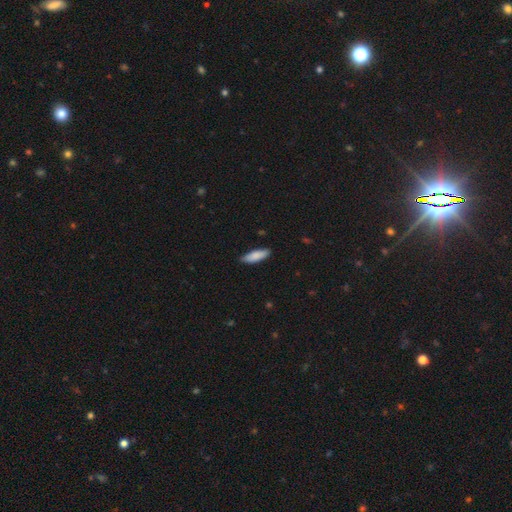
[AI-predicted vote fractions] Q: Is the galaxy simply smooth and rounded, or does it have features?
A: smooth — 85%.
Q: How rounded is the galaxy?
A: in between — 52%.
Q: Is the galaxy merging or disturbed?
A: none — 85%.